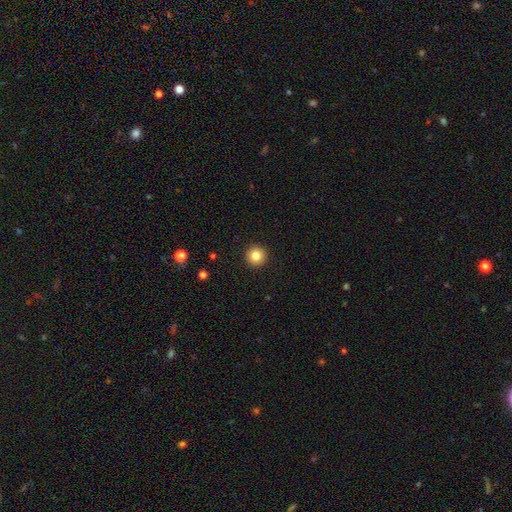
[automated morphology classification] Smooth or featured: smooth — 84% (star or artifact — 10%)
How rounded: round — 96% (in between — 3%)
Merging: none — 93% (minor disturbance — 4%)